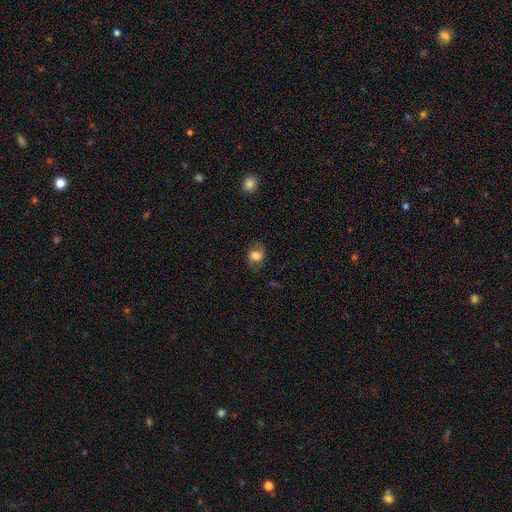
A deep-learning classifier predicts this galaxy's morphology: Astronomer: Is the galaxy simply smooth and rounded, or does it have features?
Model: smooth — 64%.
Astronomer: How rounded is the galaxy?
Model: in between — 58% (runner-up: round, 41%).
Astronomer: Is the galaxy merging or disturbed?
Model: none — 69%.